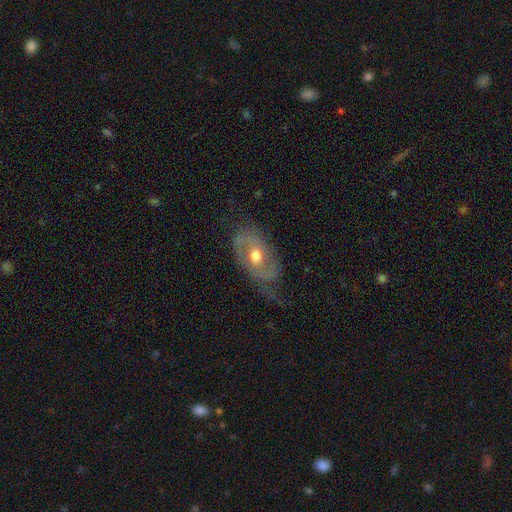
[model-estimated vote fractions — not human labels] Smooth or featured?
  - featured or disk: 67% *
  - smooth: 27%
  - star or artifact: 6%
Edge-on disk?
  - no: 92% *
  - yes: 8%
Bar?
  - no: 70% *
  - weak: 24%
  - strong: 6%
Spiral arms?
  - yes: 69% *
  - no: 31%
Bulge size?
  - moderate: 77% *
  - large: 11%
  - small: 9%
  - dominant: 1%
  - none: 1%
Merging?
  - none: 51% *
  - minor disturbance: 27%
  - major disturbance: 20%
  - merger: 2%